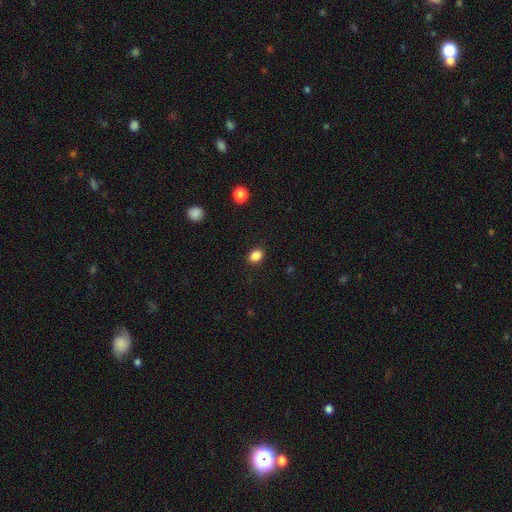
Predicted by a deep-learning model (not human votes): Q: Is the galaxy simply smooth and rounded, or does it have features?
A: smooth — 86%.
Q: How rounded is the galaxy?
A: in between — 59%.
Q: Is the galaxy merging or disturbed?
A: none — 89%.